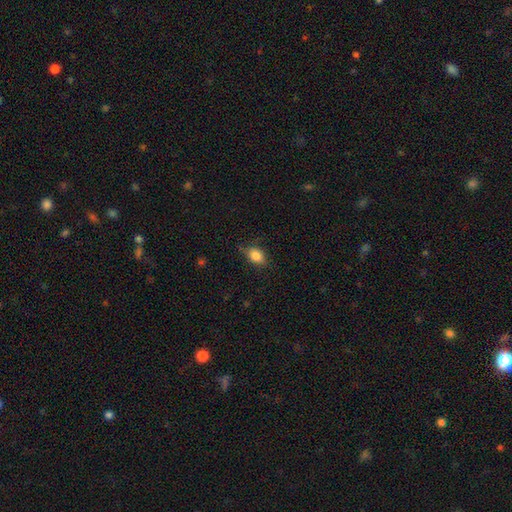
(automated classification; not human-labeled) Overall: smooth (82%). How rounded: in between (76%). Merging: none (72%).